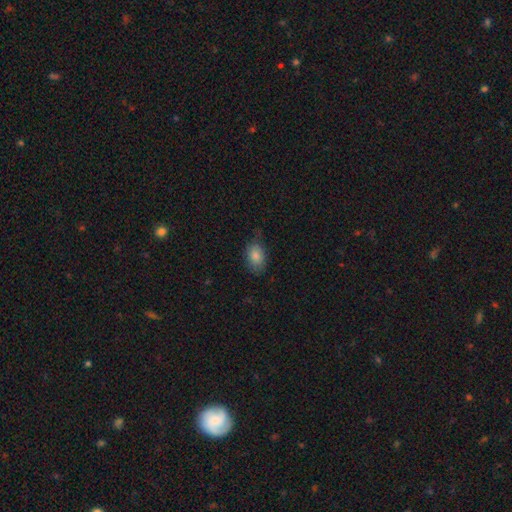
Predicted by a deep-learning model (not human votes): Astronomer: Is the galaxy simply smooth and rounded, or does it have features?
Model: smooth — 84%.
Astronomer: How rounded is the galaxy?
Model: in between — 83%.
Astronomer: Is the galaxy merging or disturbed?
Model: none — 70%.